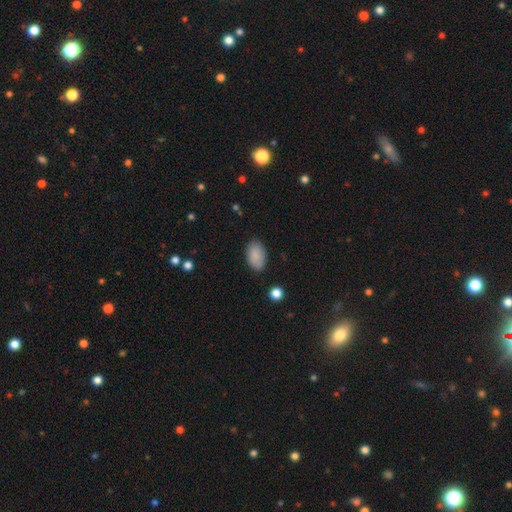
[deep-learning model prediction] Smooth or featured? Predicted: smooth (p=0.88). How rounded? Predicted: in between (p=0.93). Merging? Predicted: none (p=0.83).